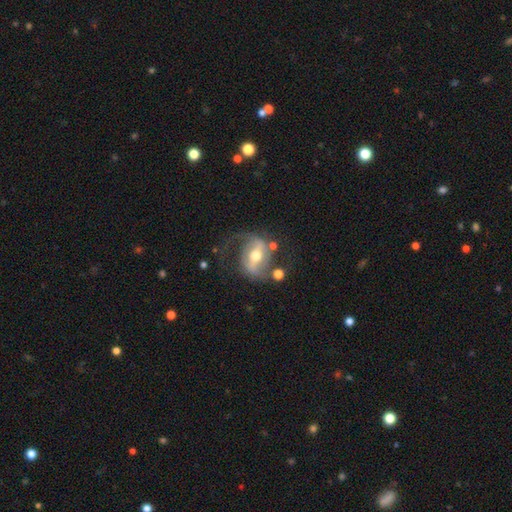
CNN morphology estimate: This is clearly a featured or disk galaxy (82%). It is clearly not viewed edge-on (96%). Bar: possibly strong (51%). Spiral arm pattern: clearly yes (90%). Spiral arm count: clearly 2 (83%). Spiral winding: marginally loose (44%). Central bulge: likely moderate (69%). Merging: possibly none (58%).